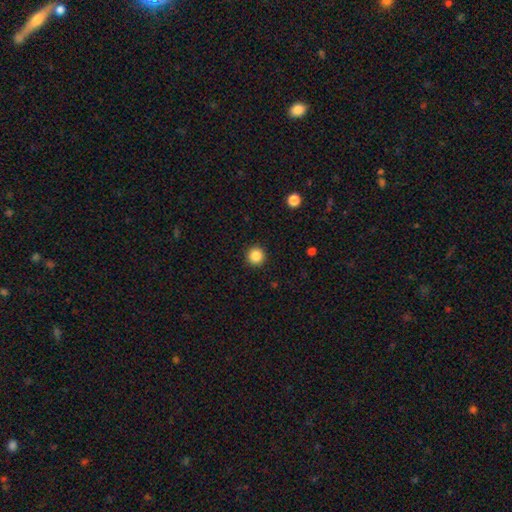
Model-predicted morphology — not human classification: type=smooth (86%); roundness=round (95%); merging=none (93%).